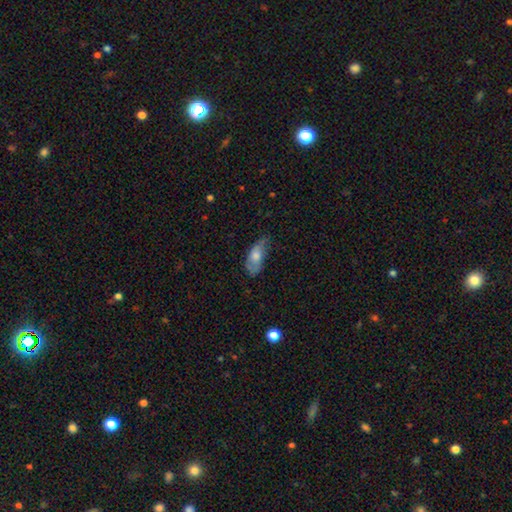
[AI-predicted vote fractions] Smooth or featured: smooth — 59% (featured or disk — 33%)
How rounded: in between — 82% (cigar-shaped — 14%)
Merging: none — 49% (minor disturbance — 35%)